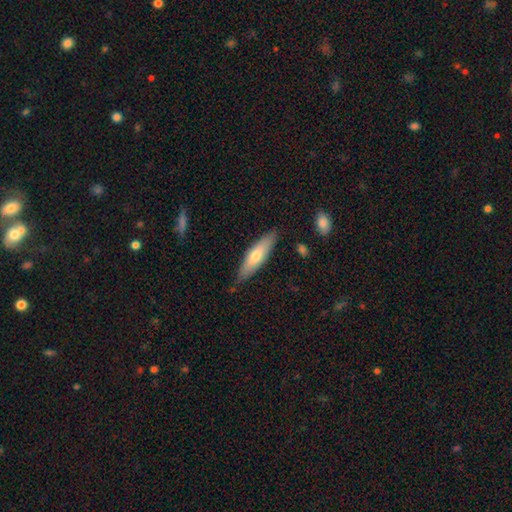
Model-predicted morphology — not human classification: smooth_or_featured: smooth (p=0.62) [alt: featured or disk p=0.32]
how_rounded: cigar-shaped (p=0.68) [alt: in between p=0.31]
merging: none (p=0.82) [alt: minor disturbance p=0.14]